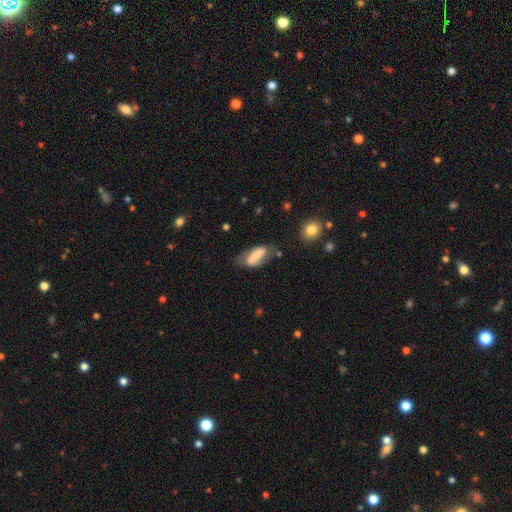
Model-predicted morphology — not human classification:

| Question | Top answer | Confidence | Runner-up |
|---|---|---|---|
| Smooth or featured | smooth | 66% | featured or disk (27%) |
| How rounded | in between | 81% | cigar-shaped (16%) |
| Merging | none | 50% | minor disturbance (30%) |